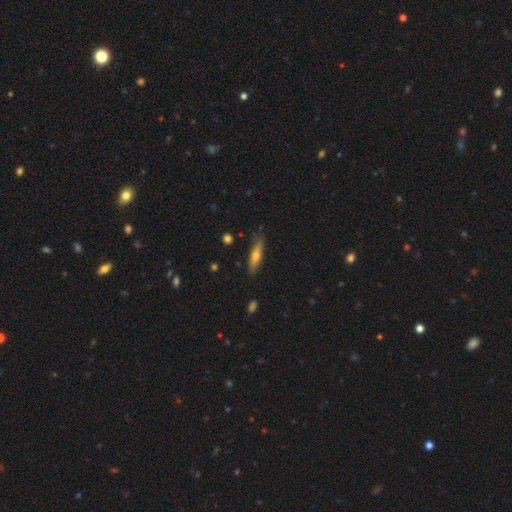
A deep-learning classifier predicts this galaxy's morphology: smooth 55%, featured or disk 38%, star or artifact 7%. Down the decision tree: how rounded — cigar-shaped (80%); merging — none (84%).